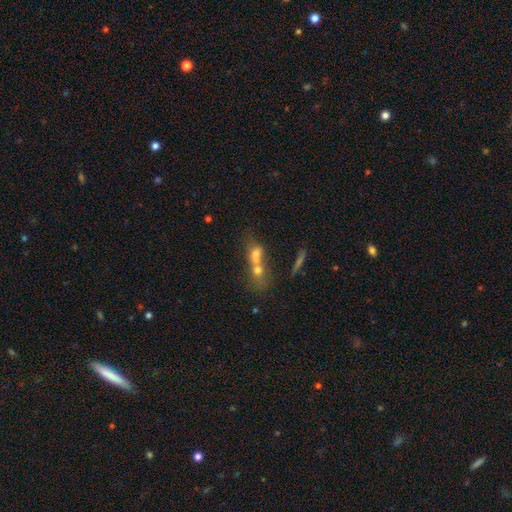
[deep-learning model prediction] This is possibly a smooth galaxy (52%). How rounded: possibly round (47%). Merging: likely merger (70%).